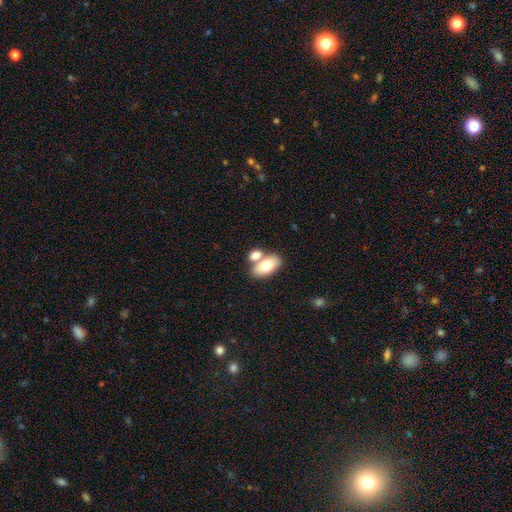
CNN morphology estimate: Smooth or featured? smooth (74%)
How rounded? in between (89%)
Merging? merger (49%)